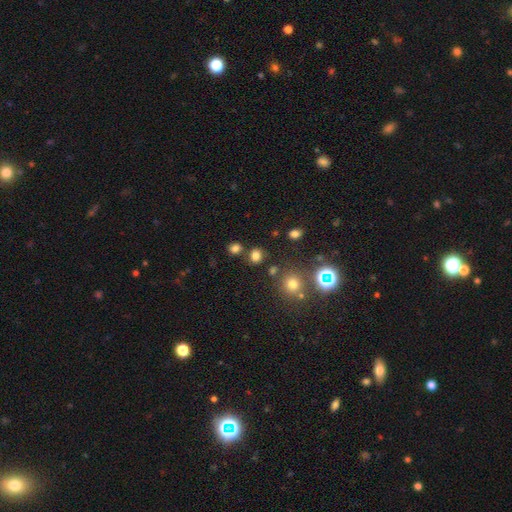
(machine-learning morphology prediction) Overall: smooth (74%). How rounded: round (74%). Merging: none (77%).